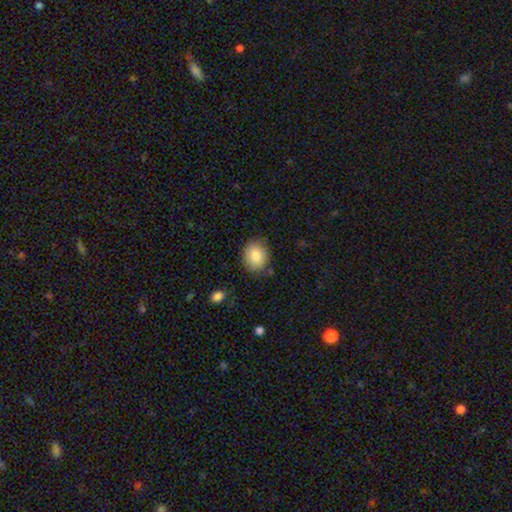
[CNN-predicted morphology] Q: Smooth or featured?
A: smooth (83%); runner-up: featured or disk (9%)
Q: How rounded?
A: round (59%); runner-up: in between (40%)
Q: Merging?
A: none (81%); runner-up: minor disturbance (14%)